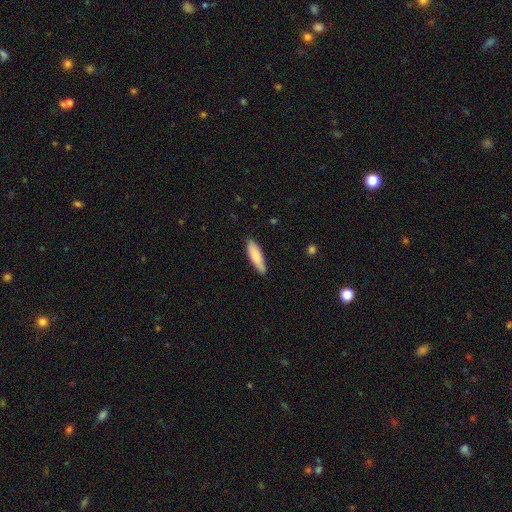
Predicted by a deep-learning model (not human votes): Smooth or featured: smooth — 82% (featured or disk — 12%)
How rounded: cigar-shaped — 61% (in between — 37%)
Merging: none — 83% (minor disturbance — 13%)